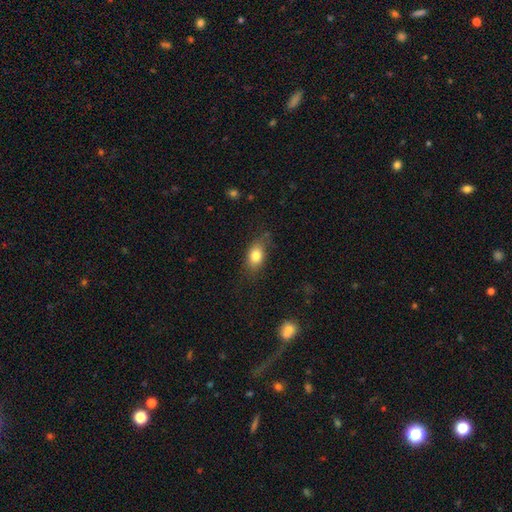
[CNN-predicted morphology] This appears to be a smooth galaxy with no disk features (80%) that is in between round and cigar-shaped (83%). Merging: none (74%).